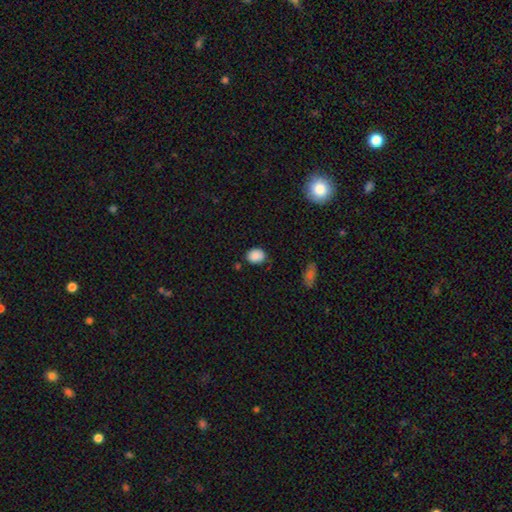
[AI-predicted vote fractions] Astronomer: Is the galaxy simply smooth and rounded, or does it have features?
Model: smooth — 87%.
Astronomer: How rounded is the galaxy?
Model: in between — 52% (runner-up: round, 47%).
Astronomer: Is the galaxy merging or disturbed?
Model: none — 73%.